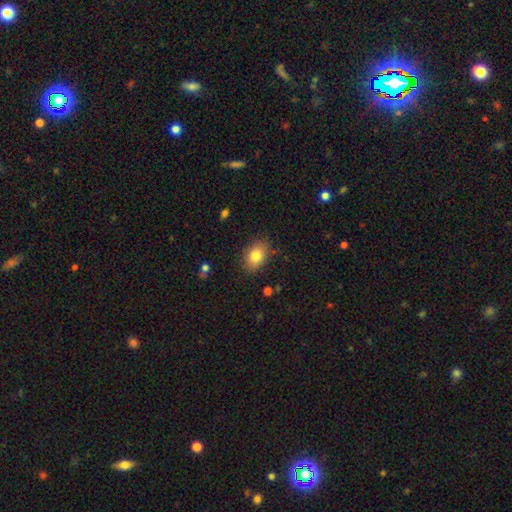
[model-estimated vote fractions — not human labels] smooth_or_featured: smooth (p=0.82) [alt: featured or disk p=0.09]
how_rounded: in between (p=0.77) [alt: round p=0.22]
merging: none (p=0.84) [alt: minor disturbance p=0.12]